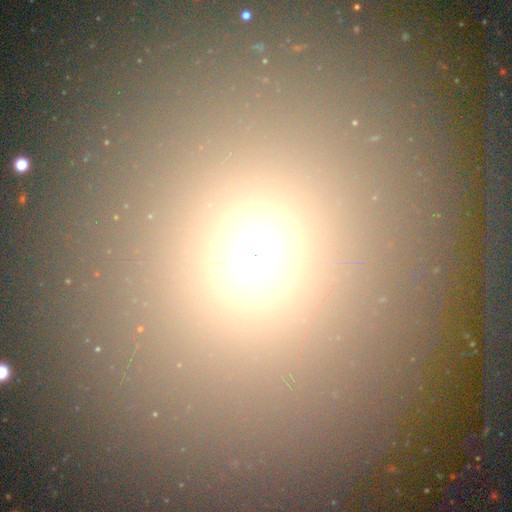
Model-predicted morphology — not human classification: smooth_or_featured: smooth (p=0.64) [alt: star or artifact p=0.26]
how_rounded: round (p=0.76) [alt: in between p=0.22]
merging: none (p=0.78) [alt: minor disturbance p=0.09]